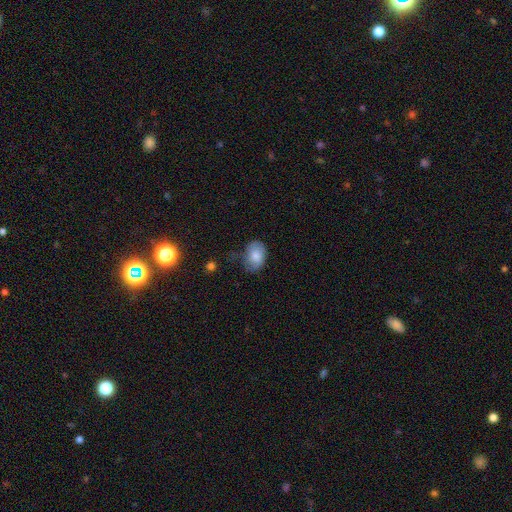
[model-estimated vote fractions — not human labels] This is likely a smooth galaxy (79%). How rounded: clearly in between (81%). Merging: possibly none (54%).